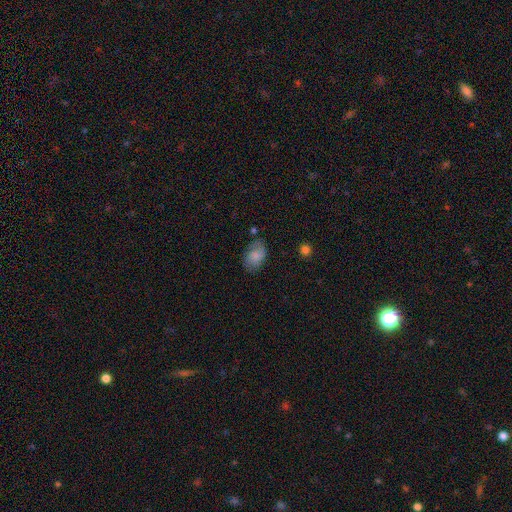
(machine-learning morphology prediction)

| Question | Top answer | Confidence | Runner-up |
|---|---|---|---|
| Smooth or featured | smooth | 72% | featured or disk (19%) |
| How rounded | in between | 87% | round (11%) |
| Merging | none | 66% | minor disturbance (24%) |